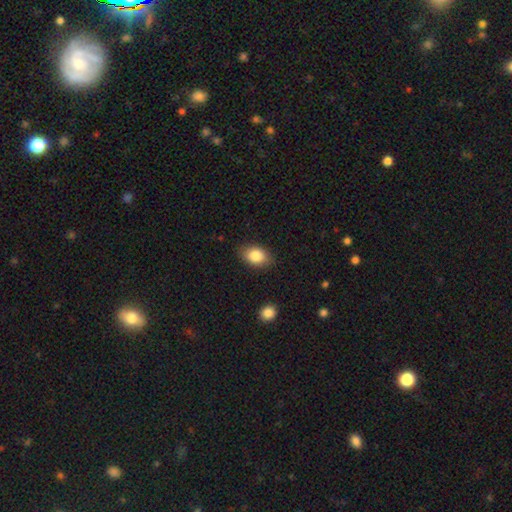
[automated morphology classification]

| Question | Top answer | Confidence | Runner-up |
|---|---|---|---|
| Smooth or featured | smooth | 85% | star or artifact (8%) |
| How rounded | in between | 84% | round (15%) |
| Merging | none | 85% | minor disturbance (11%) |